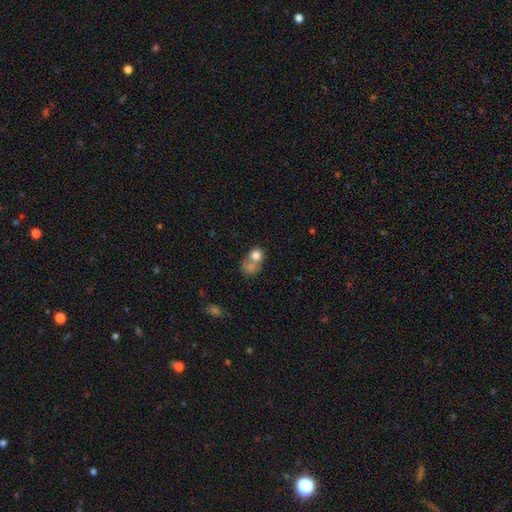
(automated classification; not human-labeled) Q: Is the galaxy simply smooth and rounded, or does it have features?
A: smooth — 74%.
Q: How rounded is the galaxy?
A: round — 66%.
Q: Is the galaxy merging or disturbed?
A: merger — 57%.